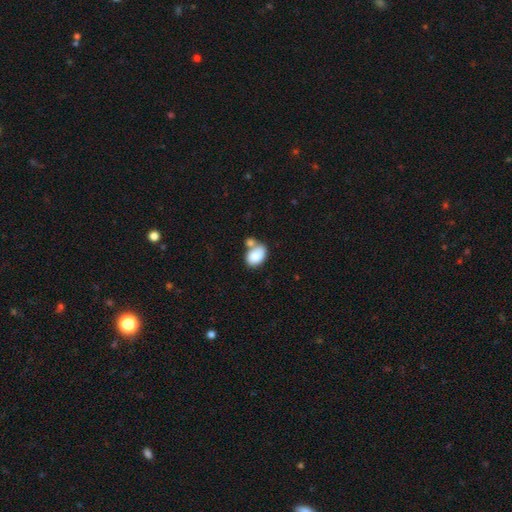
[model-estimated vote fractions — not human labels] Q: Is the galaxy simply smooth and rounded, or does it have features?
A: smooth — 84%.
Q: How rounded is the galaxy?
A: in between — 85%.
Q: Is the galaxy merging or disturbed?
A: merger — 39%, tied with none.